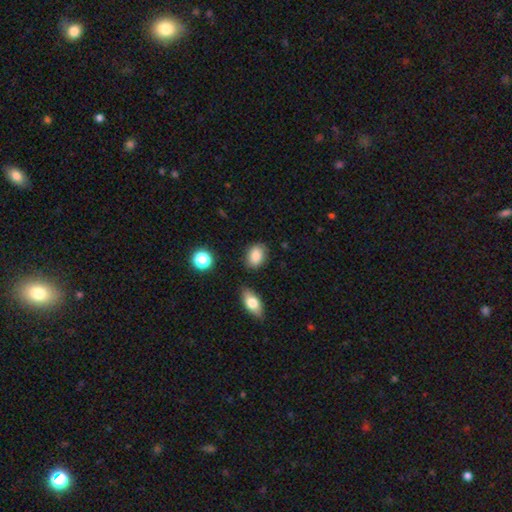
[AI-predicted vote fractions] Smooth or featured?
  - smooth: 86% *
  - star or artifact: 8%
  - featured or disk: 6%
How rounded?
  - in between: 77% *
  - round: 21%
  - cigar-shaped: 1%
Merging?
  - none: 80% *
  - minor disturbance: 13%
  - merger: 3%
  - major disturbance: 3%